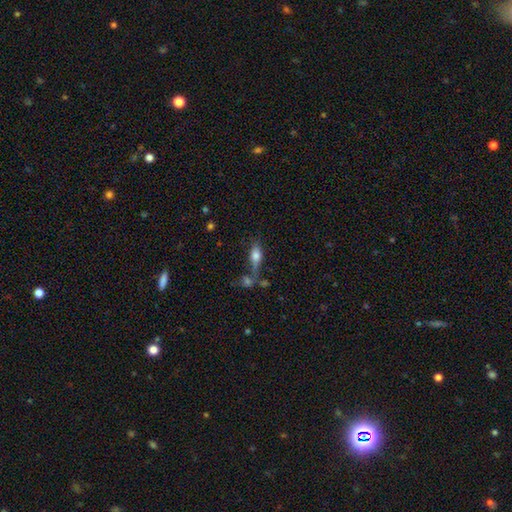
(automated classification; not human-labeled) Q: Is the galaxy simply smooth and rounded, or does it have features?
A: smooth — 64%.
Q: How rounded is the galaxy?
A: in between — 69%.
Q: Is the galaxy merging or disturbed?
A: none — 46%.